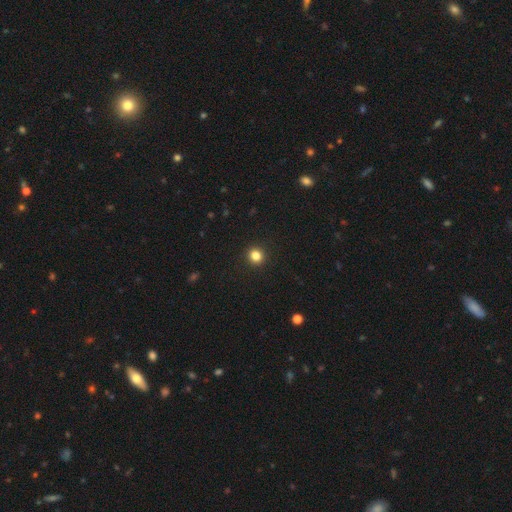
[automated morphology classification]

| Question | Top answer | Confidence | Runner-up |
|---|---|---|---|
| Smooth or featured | smooth | 83% | star or artifact (12%) |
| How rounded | round | 92% | in between (7%) |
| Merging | none | 93% | minor disturbance (4%) |